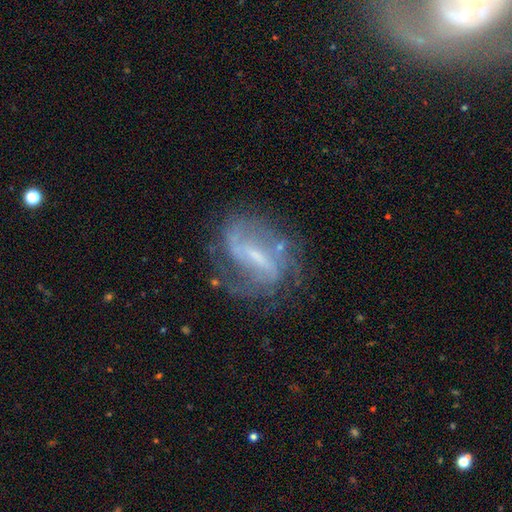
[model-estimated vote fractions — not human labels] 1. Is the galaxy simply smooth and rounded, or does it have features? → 83% featured or disk, 9% smooth, 8% star or artifact.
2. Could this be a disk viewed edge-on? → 95% no, 5% yes.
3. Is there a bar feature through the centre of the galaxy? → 50% strong, 38% weak, 12% no.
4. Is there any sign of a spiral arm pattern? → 90% yes, 10% no.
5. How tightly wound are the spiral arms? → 44% medium, 28% tight, 28% loose.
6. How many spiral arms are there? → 55% 2, 22% can't tell, 11% 3, 6% 1, 4% 4, 3% more than 4.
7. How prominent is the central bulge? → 55% small, 25% moderate, 17% none, 3% large, 1% dominant.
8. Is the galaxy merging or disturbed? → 62% none, 20% minor disturbance, 15% major disturbance, 3% merger.